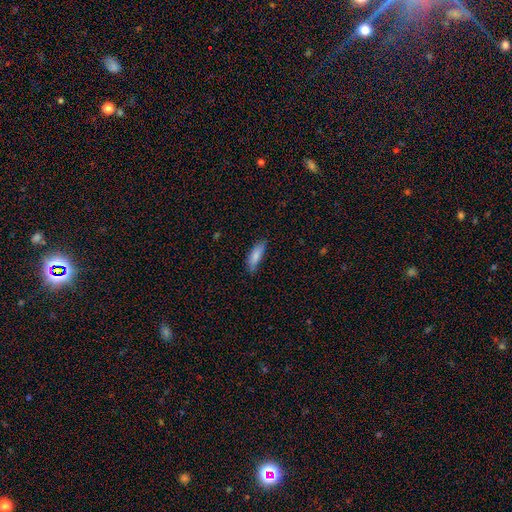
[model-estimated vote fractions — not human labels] smooth 83%, featured or disk 10%, star or artifact 6%. Down the decision tree: how rounded — in between (60%); merging — none (74%).